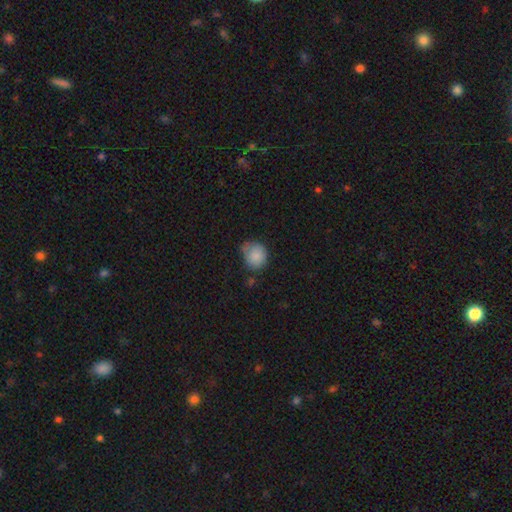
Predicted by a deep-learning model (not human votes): smooth 85%, star or artifact 8%, featured or disk 7%. Down the decision tree: how rounded — round (74%); merging — none (55%).